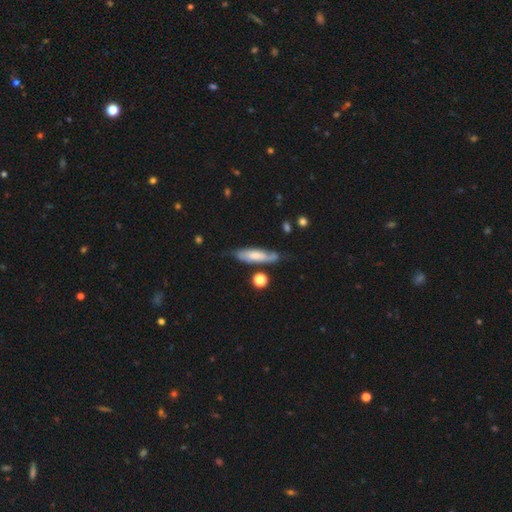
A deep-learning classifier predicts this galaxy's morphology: smooth_or_featured: smooth (p=0.51) [alt: featured or disk p=0.42]
how_rounded: cigar-shaped (p=0.60) [alt: in between p=0.37]
merging: none (p=0.60) [alt: minor disturbance p=0.26]